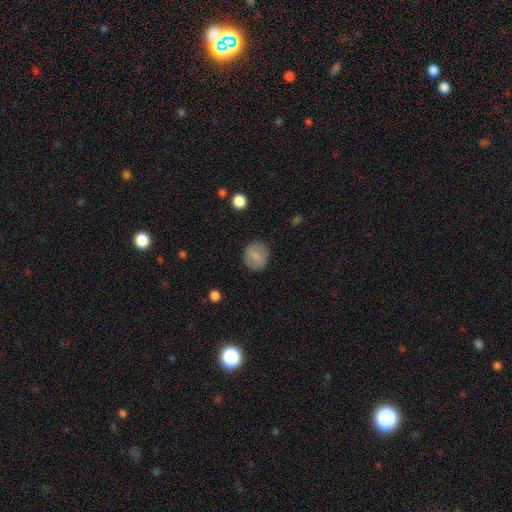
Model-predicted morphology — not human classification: smooth 73%, featured or disk 18%, star or artifact 8%. Down the decision tree: how rounded — round (76%); merging — none (85%).